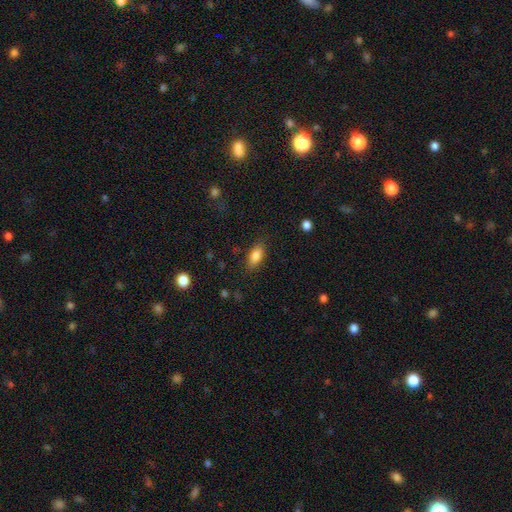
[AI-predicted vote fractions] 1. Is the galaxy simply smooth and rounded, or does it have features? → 83% smooth, 9% featured or disk, 8% star or artifact.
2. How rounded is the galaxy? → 86% in between, 10% cigar-shaped, 4% round.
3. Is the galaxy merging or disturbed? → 83% none, 12% minor disturbance, 4% major disturbance, 1% merger.